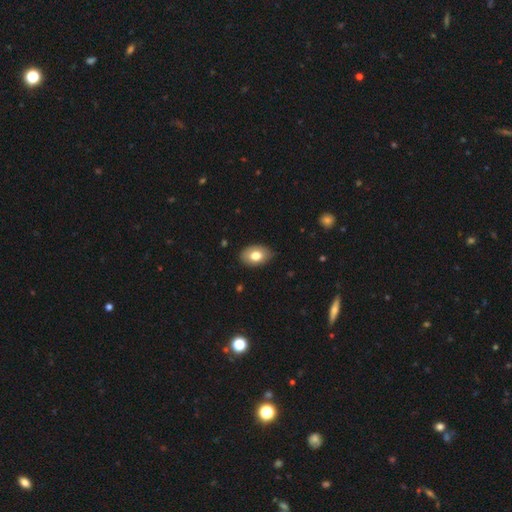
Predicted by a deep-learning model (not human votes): Smooth or featured: smooth — 76% (featured or disk — 17%)
How rounded: in between — 86% (round — 13%)
Merging: none — 83% (minor disturbance — 13%)